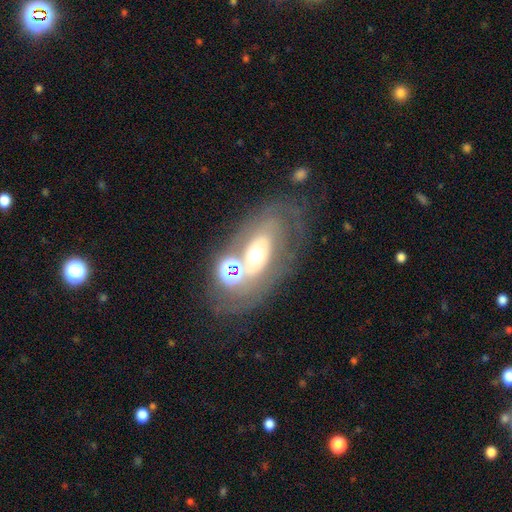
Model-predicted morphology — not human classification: Smooth or featured? Predicted: featured or disk (p=0.58). Edge-on disk? Predicted: no (p=0.91). Bar? Predicted: no (p=0.76). Spiral arms? Predicted: yes (p=0.52). Bulge size? Predicted: moderate (p=0.62). Merging? Predicted: none (p=0.50).